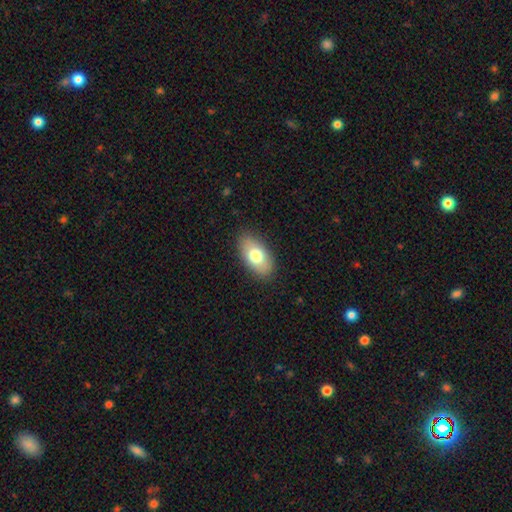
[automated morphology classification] The model was most divided on "smooth or featured": smooth: 74%, featured or disk: 19%, star or artifact: 7%. More confident: how rounded — in between (92%); merging — none (87%).